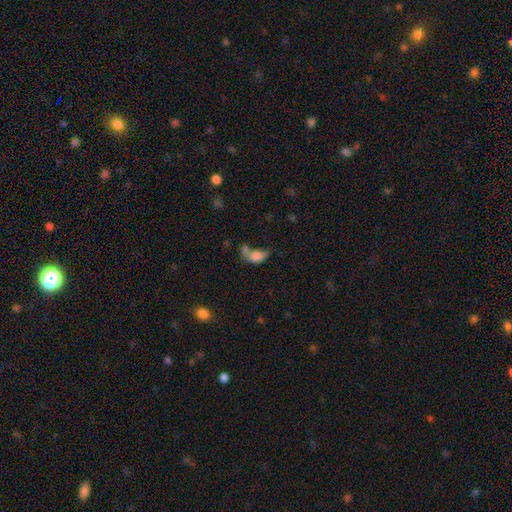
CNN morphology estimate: smooth-or-featured: smooth: 72% | featured or disk: 17% | star or artifact: 12%
  how-rounded: in between: 81% | round: 16% | cigar-shaped: 3%
  merging: merger: 38% | major disturbance: 25% | none: 20% | minor disturbance: 17%